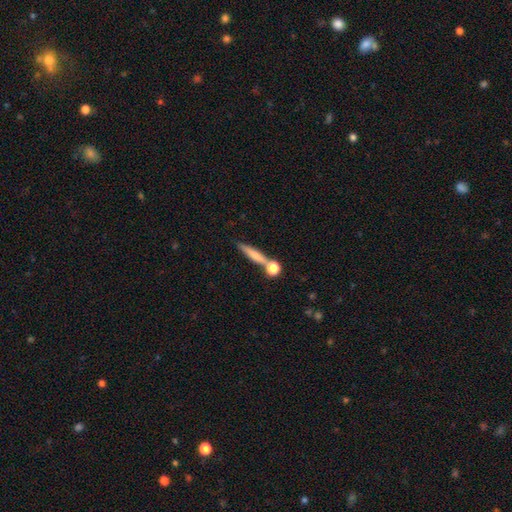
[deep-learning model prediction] Smooth or featured?
  - smooth: 65% *
  - featured or disk: 27%
  - star or artifact: 8%
How rounded?
  - cigar-shaped: 76% *
  - in between: 13%
  - round: 11%
Merging?
  - none: 63% *
  - merger: 21%
  - minor disturbance: 11%
  - major disturbance: 4%